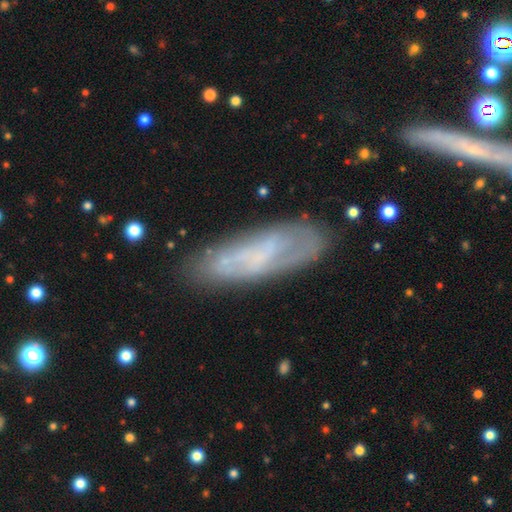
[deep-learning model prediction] Smooth or featured? featured or disk (50%)
Edge-on disk? no (73%)
Merging? none (73%)